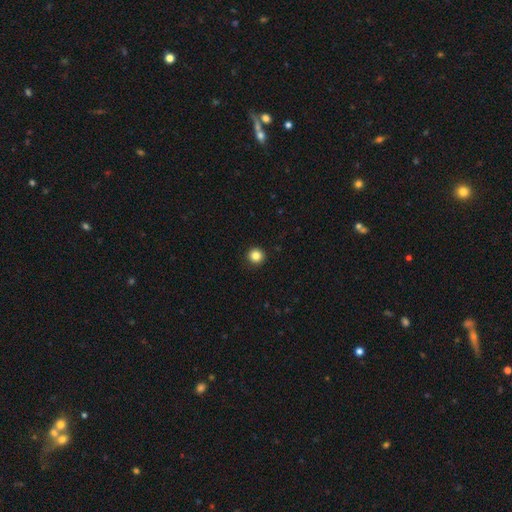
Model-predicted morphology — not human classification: Smooth or featured? smooth (85%)
How rounded? round (95%)
Merging? none (93%)